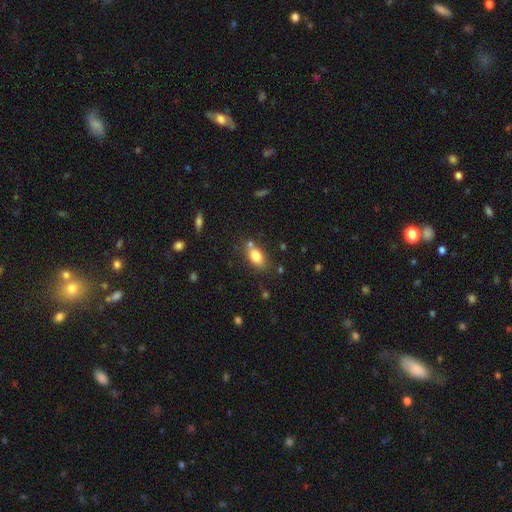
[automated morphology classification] Smooth or featured: smooth — 80% (featured or disk — 11%)
How rounded: in between — 85% (round — 10%)
Merging: none — 64% (minor disturbance — 17%)